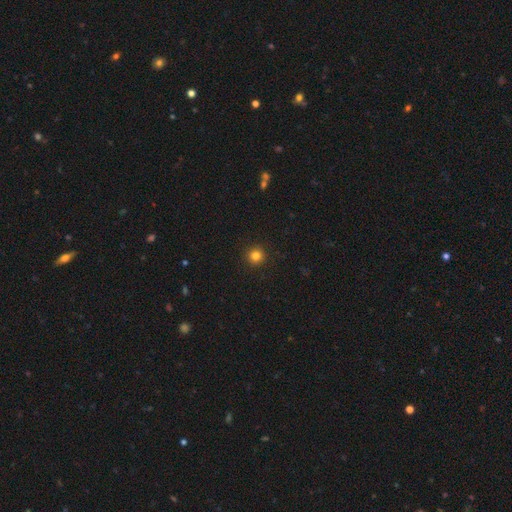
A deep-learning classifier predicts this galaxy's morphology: A smooth galaxy with no disk features (82%) that is round (95%). Merging: none (93%).